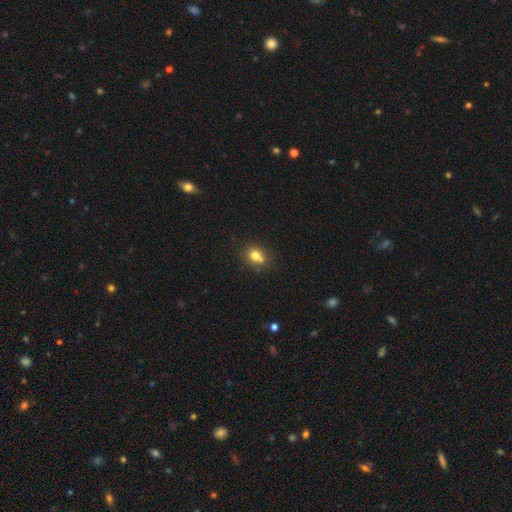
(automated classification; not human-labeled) A smooth galaxy with no disk features (76%) that is round (65%). Merging: none (55%).